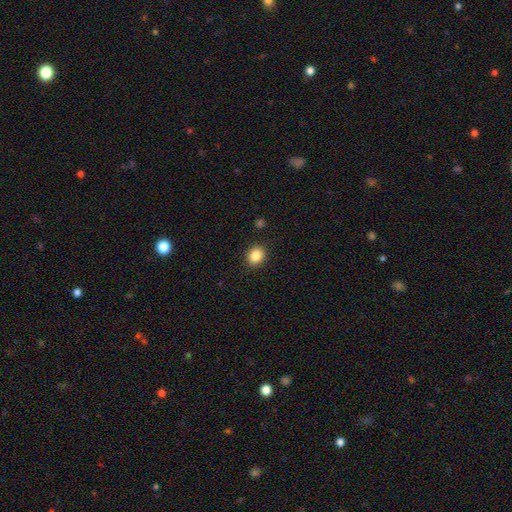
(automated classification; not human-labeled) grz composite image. It shows a smooth galaxy with no disk features (85%) that is round (66%). Merging: none (90%).